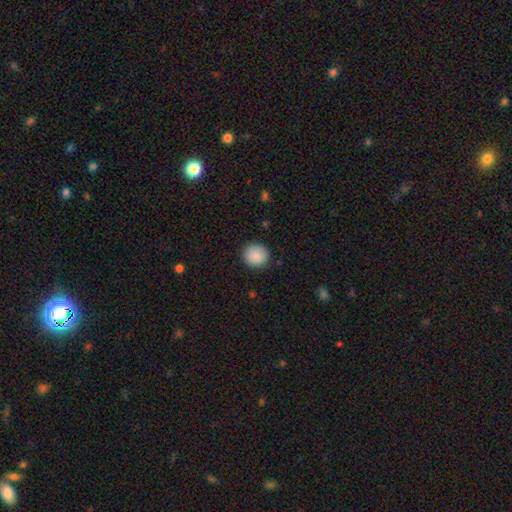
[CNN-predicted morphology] Smooth or featured?
  - smooth: 88% *
  - star or artifact: 8%
  - featured or disk: 4%
How rounded?
  - round: 92% *
  - in between: 7%
  - cigar-shaped: 1%
Merging?
  - none: 90% *
  - minor disturbance: 7%
  - major disturbance: 2%
  - merger: 1%